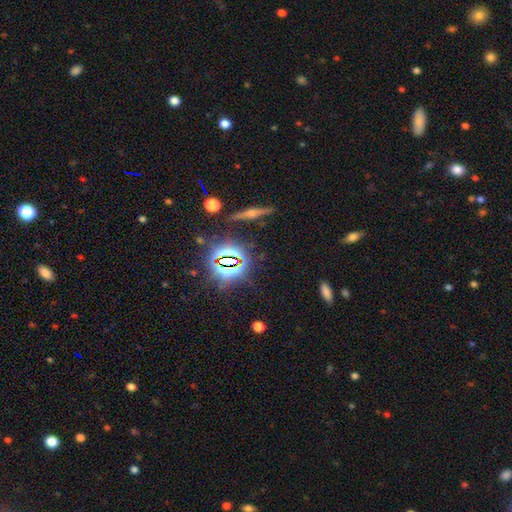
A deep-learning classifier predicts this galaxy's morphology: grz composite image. It shows a star or artifact, not a galaxy (73%).